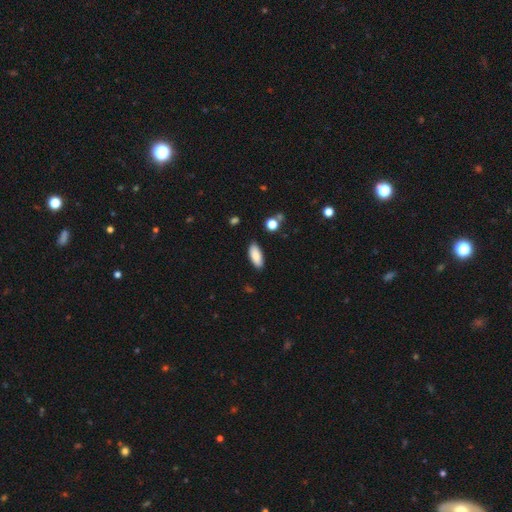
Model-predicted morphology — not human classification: type=smooth (85%); roundness=in between (84%); merging=none (87%).